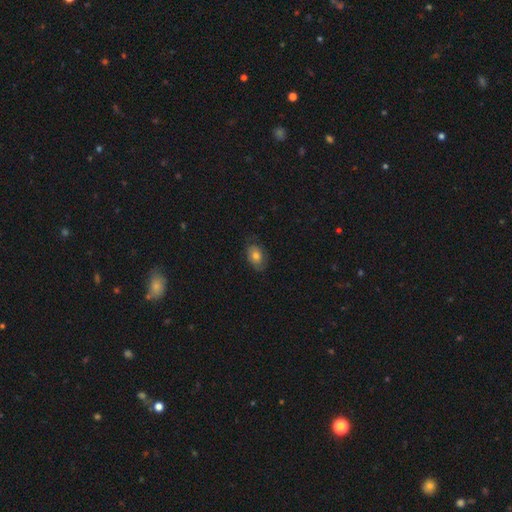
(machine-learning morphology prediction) This is likely a smooth galaxy (63%). How rounded: likely in between (78%). Merging: likely none (71%).